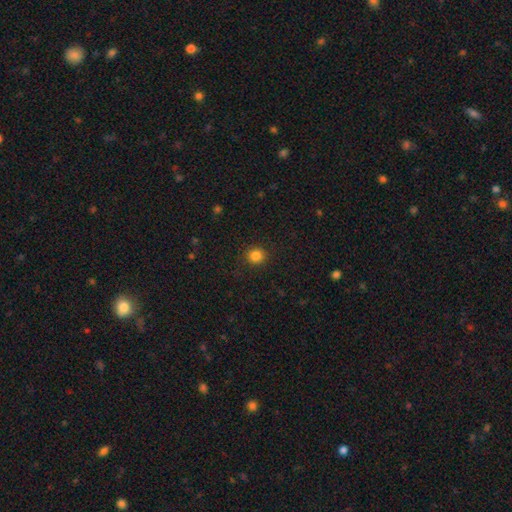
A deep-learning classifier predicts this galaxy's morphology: smooth-or-featured: smooth: 85% | star or artifact: 12% | featured or disk: 4%
  how-rounded: round: 90% | in between: 9% | cigar-shaped: 1%
  merging: none: 90% | minor disturbance: 7% | major disturbance: 2% | merger: 1%